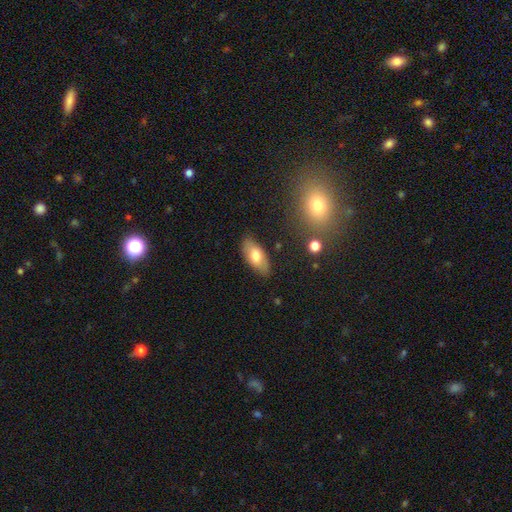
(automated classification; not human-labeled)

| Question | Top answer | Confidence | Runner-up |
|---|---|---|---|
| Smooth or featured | smooth | 72% | featured or disk (21%) |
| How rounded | in between | 89% | cigar-shaped (8%) |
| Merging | none | 83% | minor disturbance (13%) |